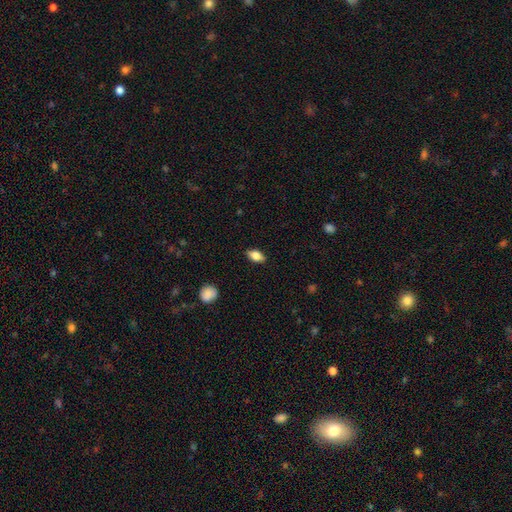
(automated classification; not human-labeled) smooth_or_featured: smooth (p=0.80) [alt: featured or disk p=0.12]
how_rounded: in between (p=0.88) [alt: round p=0.06]
merging: none (p=0.87) [alt: minor disturbance p=0.10]